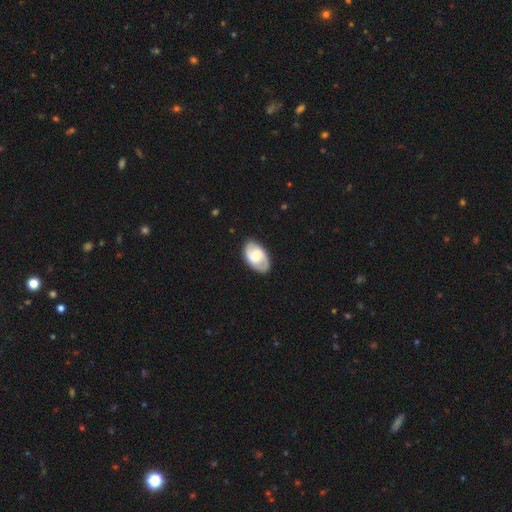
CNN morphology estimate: Smooth or featured? featured or disk (67%)
Edge-on disk? no (96%)
Bar? weak (44%)
Spiral arms? yes (90%)
Spiral winding? medium (45%)
Spiral arm count? 2 (87%)
Bulge size? moderate (43%)
Merging? none (85%)